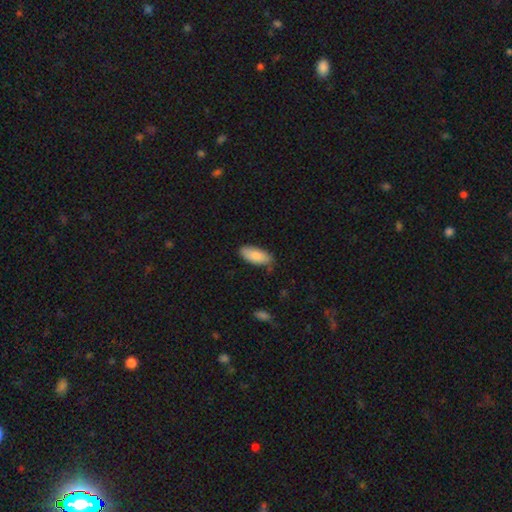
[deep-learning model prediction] A smooth galaxy with no disk features (86%) that is in between round and cigar-shaped (87%).

Vote fractions:
- Smooth or featured? smooth: 86% / featured or disk: 8% / star or artifact: 6%
- How rounded? in between: 87% / cigar-shaped: 12% / round: 2%
- Merging? none: 76% / minor disturbance: 19% / major disturbance: 3% / merger: 2%